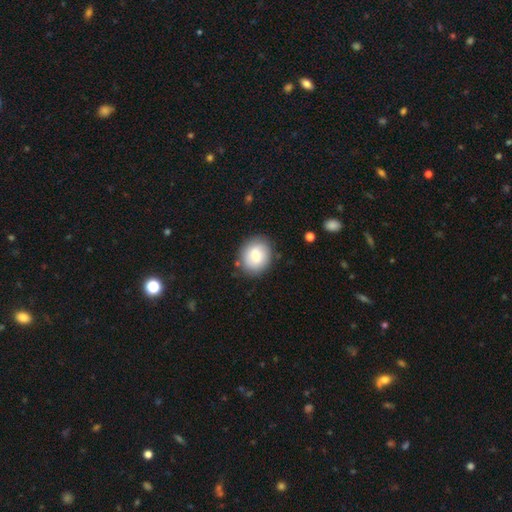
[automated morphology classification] smooth_or_featured: smooth (p=0.76) [alt: featured or disk p=0.16]
how_rounded: round (p=0.69) [alt: in between p=0.30]
merging: none (p=0.84) [alt: minor disturbance p=0.11]